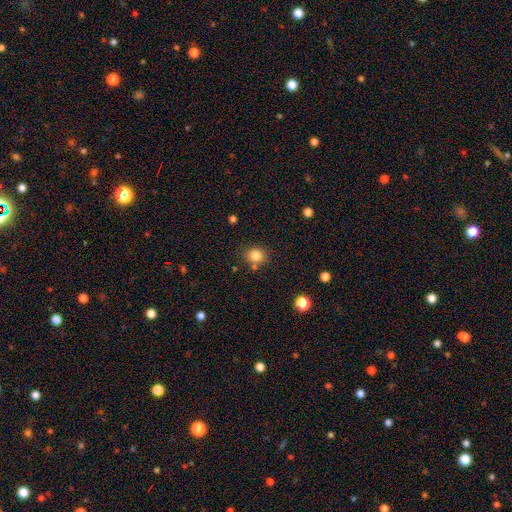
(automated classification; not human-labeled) Smooth or featured? Predicted: smooth (p=0.82). How rounded? Predicted: round (p=0.76). Merging? Predicted: none (p=0.77).